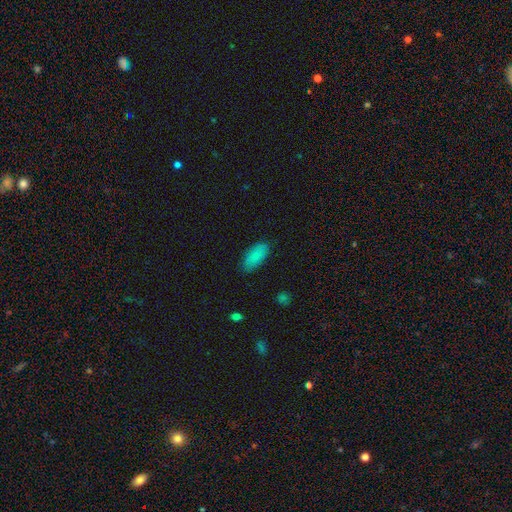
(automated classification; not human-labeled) A smooth galaxy with no disk features (87%) that is in between round and cigar-shaped (88%).

Vote fractions:
- Smooth or featured? smooth: 87% / star or artifact: 7% / featured or disk: 7%
- How rounded? in between: 88% / cigar-shaped: 10% / round: 2%
- Merging? none: 86% / minor disturbance: 11% / major disturbance: 2% / merger: 1%